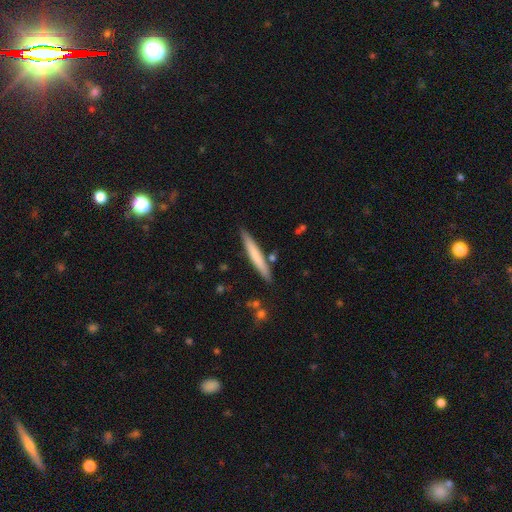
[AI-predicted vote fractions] This appears to be a smooth galaxy with no disk features (68%) that is cigar-shaped (95%). Merging: none (86%).